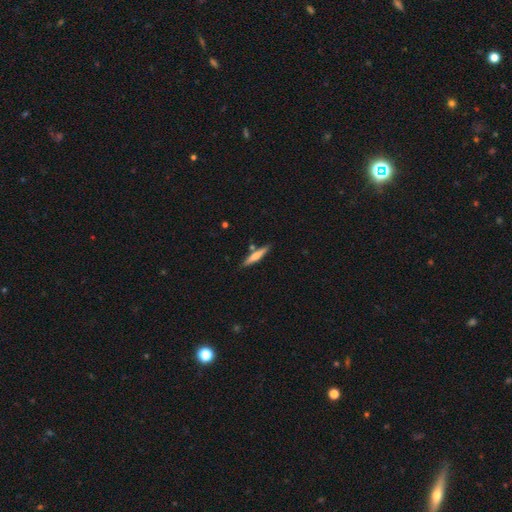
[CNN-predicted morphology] This appears to be a smooth galaxy with no disk features (56%) that is cigar-shaped (90%). Merging: none (82%).